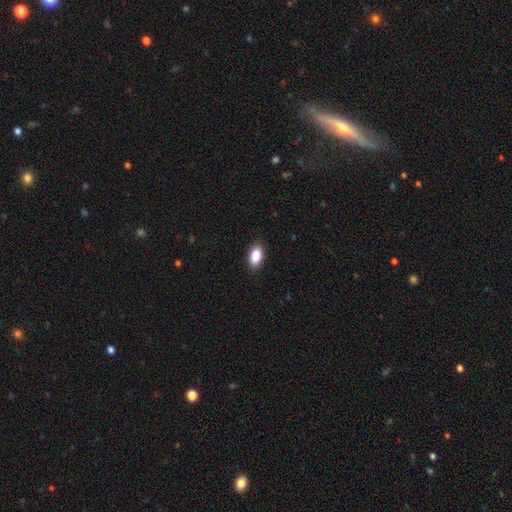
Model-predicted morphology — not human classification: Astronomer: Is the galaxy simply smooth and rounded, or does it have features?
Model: smooth — 89%.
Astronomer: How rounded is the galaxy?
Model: in between — 92%.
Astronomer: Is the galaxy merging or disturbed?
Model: none — 88%.